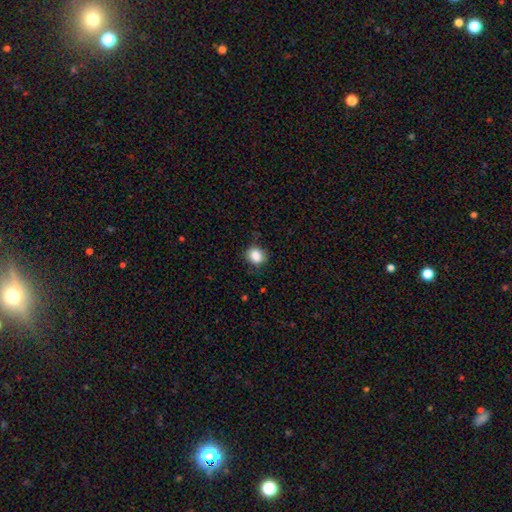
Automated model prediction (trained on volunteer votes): Morphology: type=smooth (87%); roundness=round (62%); merging=none (81%).